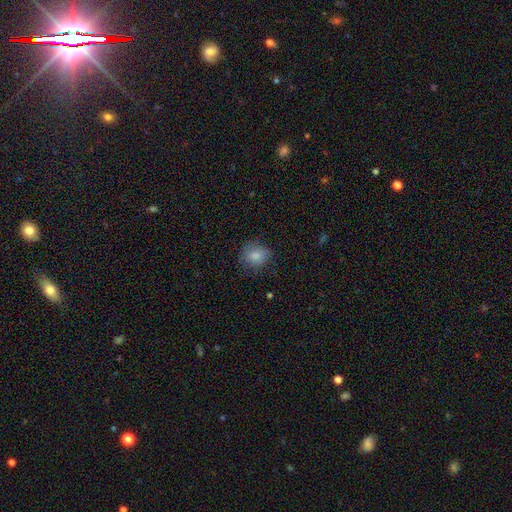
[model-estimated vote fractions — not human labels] Smooth or featured? smooth (83%)
How rounded? round (73%)
Merging? none (73%)